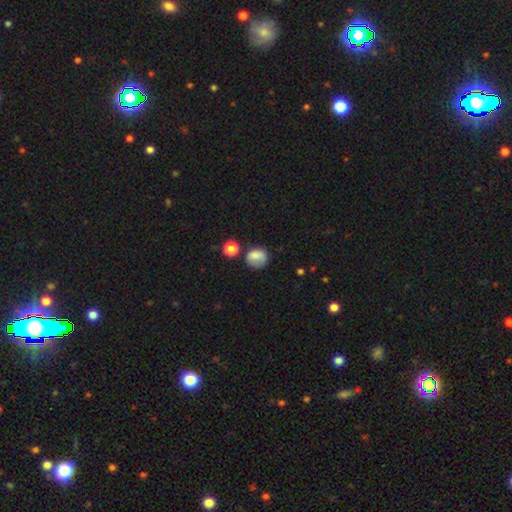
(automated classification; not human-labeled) A smooth galaxy with no disk features (80%) that is round (70%). Merging: none (61%).